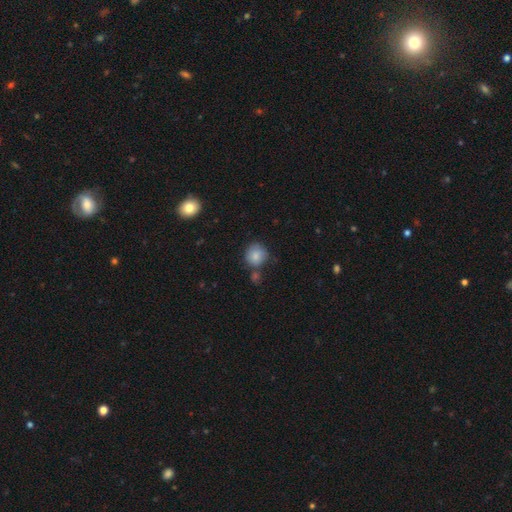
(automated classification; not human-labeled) The model was most divided on "merging": none: 64%, minor disturbance: 19%, merger: 12%, major disturbance: 5%. More confident: how rounded — round (85%); smooth or featured — smooth (83%).